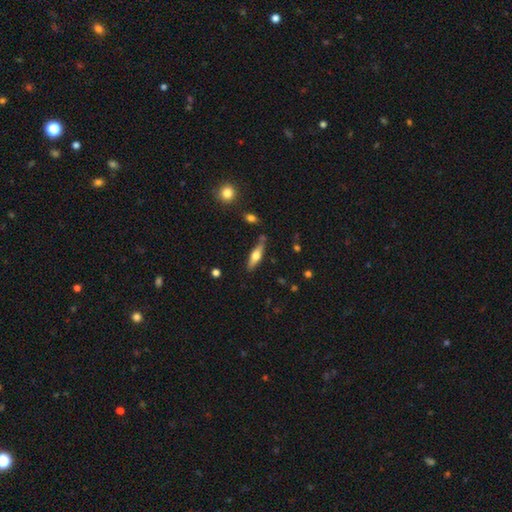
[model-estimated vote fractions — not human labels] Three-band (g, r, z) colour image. It shows a smooth galaxy with no disk features (48%). Merging: none (78%).